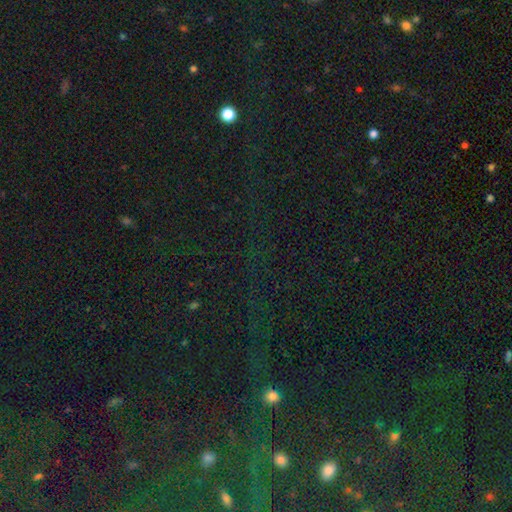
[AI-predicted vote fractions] Smooth or featured?
  - star or artifact: 82% *
  - smooth: 11%
  - featured or disk: 7%